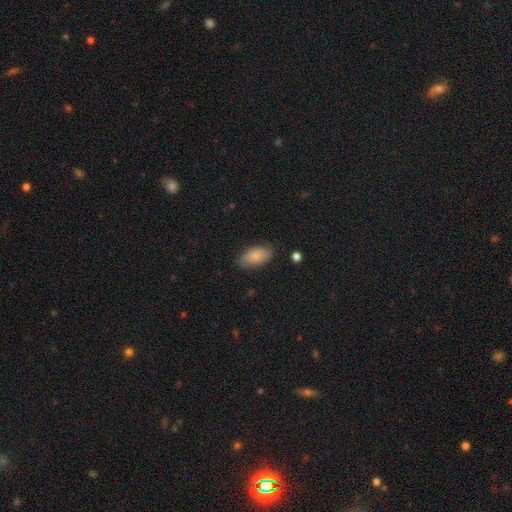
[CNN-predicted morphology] Overall: smooth (72%). How rounded: in between (92%). Merging: none (75%).